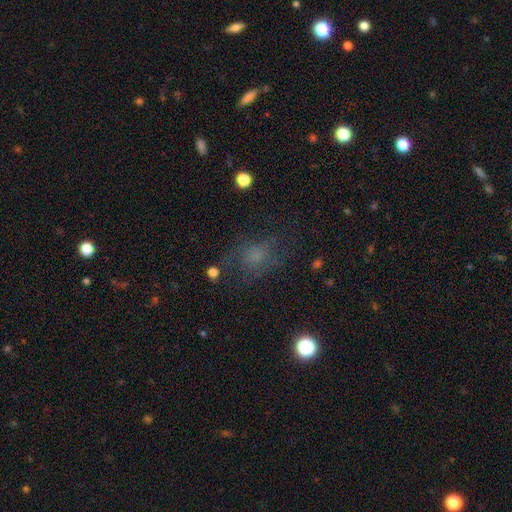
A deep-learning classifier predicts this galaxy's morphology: Smooth or featured? Predicted: smooth (p=0.54). How rounded? Predicted: in between (p=0.51). Merging? Predicted: none (p=0.61).